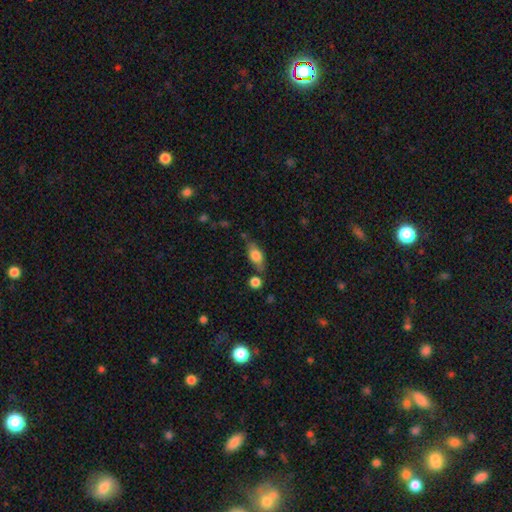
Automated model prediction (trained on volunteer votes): Smooth or featured? Predicted: smooth (p=0.72). How rounded? Predicted: in between (p=0.80). Merging? Predicted: none (p=0.68).